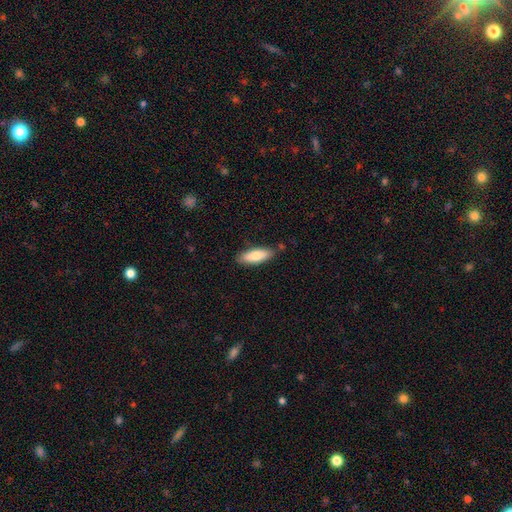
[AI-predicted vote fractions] Morphology: type=smooth (80%); roundness=in between (62%); merging=none (82%).